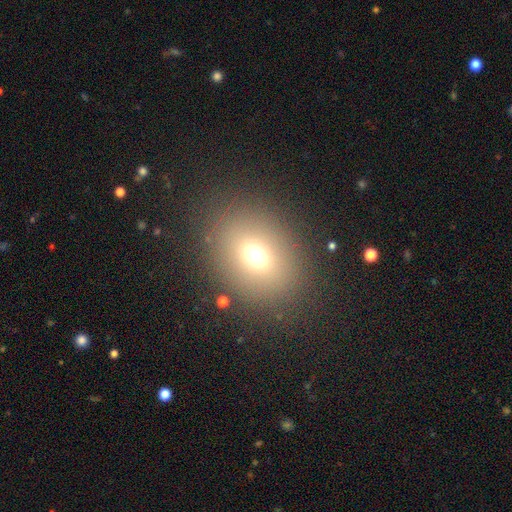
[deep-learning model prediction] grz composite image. It shows a smooth galaxy with no disk features (69%) that is in between round and cigar-shaped (57%). Merging: none (84%).